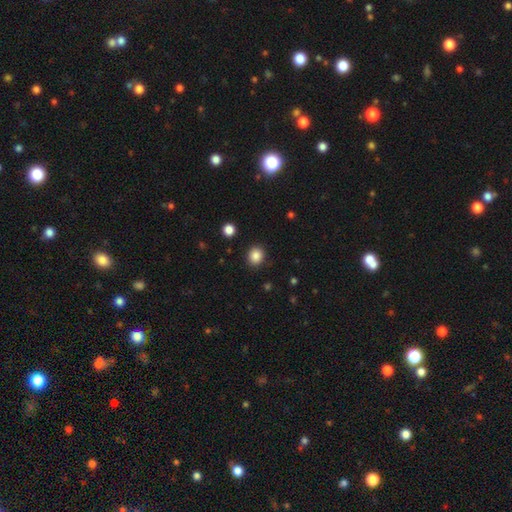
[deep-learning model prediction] This appears to be a smooth galaxy with no disk features (87%) that is round (75%). Merging: none (90%).